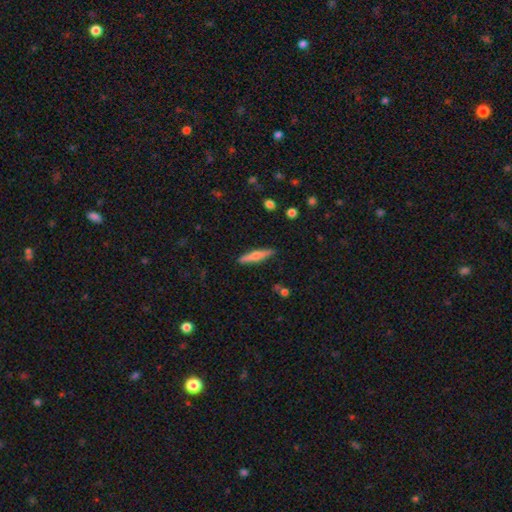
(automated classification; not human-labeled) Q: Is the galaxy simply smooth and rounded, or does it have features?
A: smooth — 53%.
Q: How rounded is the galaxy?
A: cigar-shaped — 85%.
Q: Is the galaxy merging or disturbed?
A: none — 89%.